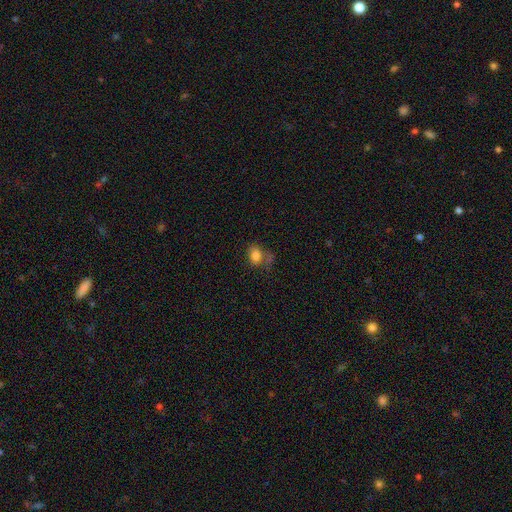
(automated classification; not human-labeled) Smooth or featured?
  - smooth: 81% *
  - star or artifact: 11%
  - featured or disk: 8%
How rounded?
  - in between: 67% *
  - round: 32%
  - cigar-shaped: 1%
Merging?
  - none: 47% *
  - minor disturbance: 23%
  - major disturbance: 15%
  - merger: 14%